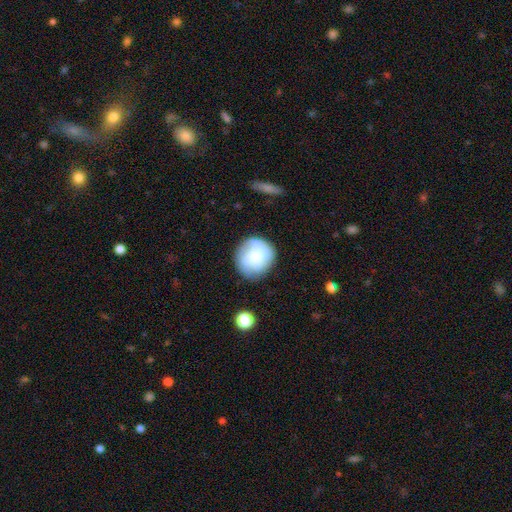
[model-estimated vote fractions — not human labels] This appears to be a smooth galaxy with no disk features (52%) that is round (87%). Merging: none (70%).